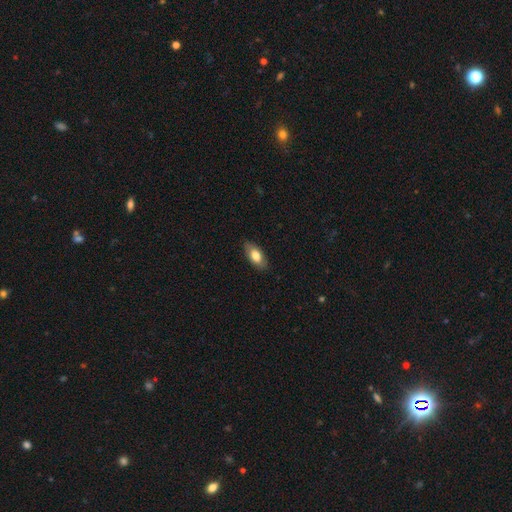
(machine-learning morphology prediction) Smooth or featured: smooth — 73% (featured or disk — 21%)
How rounded: in between — 90% (cigar-shaped — 7%)
Merging: none — 84% (minor disturbance — 13%)